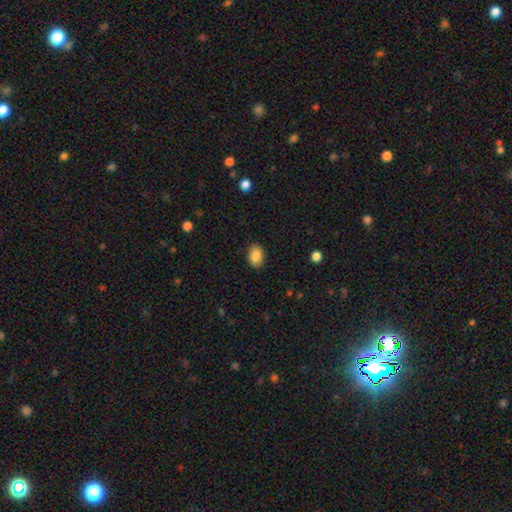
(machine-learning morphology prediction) Smooth or featured: smooth — 87% (star or artifact — 8%)
How rounded: in between — 79% (round — 20%)
Merging: none — 88% (minor disturbance — 9%)